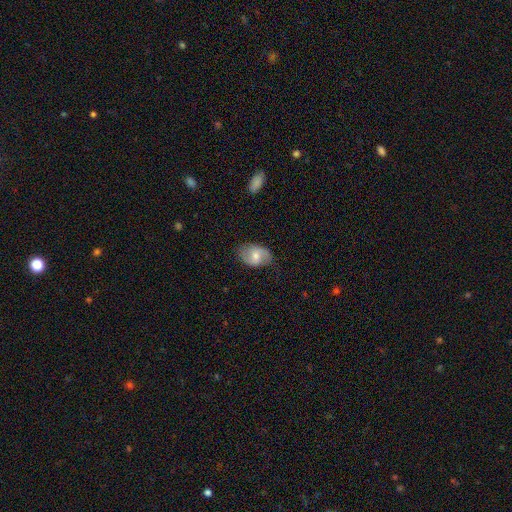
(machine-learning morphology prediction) Smooth or featured? Predicted: smooth (p=0.50). How rounded? Predicted: in between (p=0.83). Merging? Predicted: none (p=0.71).